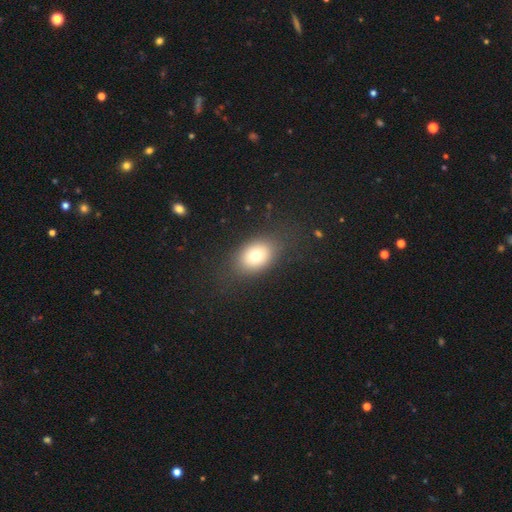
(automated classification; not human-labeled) Q: Smooth or featured?
A: smooth (74%); runner-up: featured or disk (16%)
Q: How rounded?
A: in between (76%); runner-up: round (22%)
Q: Merging?
A: none (79%); runner-up: minor disturbance (13%)